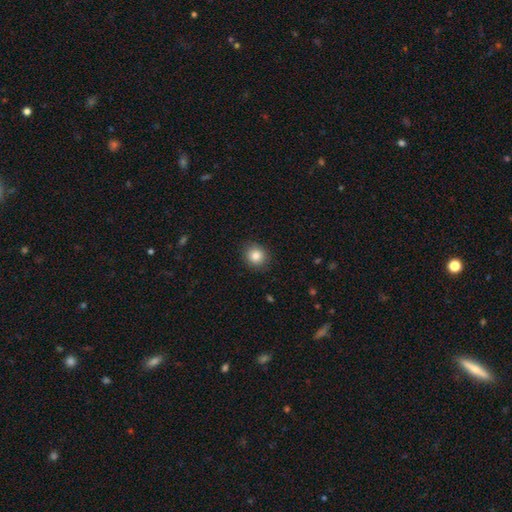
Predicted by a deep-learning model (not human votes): Overall: smooth (85%). How rounded: round (81%). Merging: none (89%).